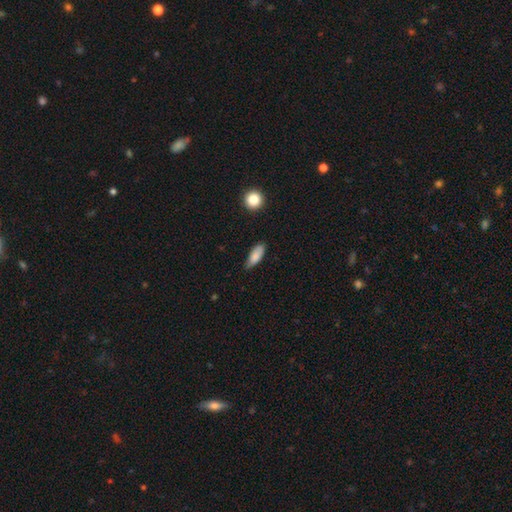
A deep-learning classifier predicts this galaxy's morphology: A smooth galaxy with no disk features (84%) that is in between round and cigar-shaped (75%). Merging: none (66%).